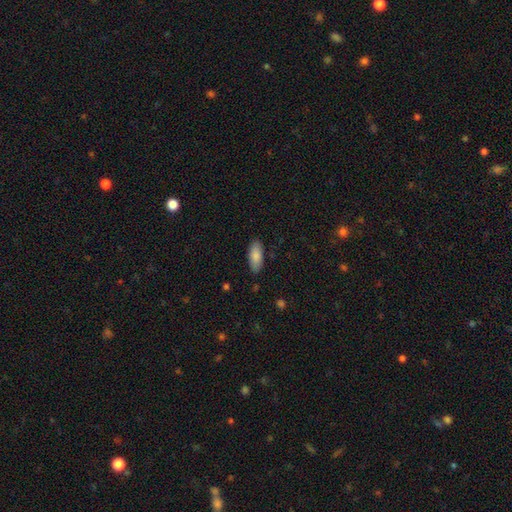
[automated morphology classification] Q: Smooth or featured?
A: smooth (86%); runner-up: featured or disk (8%)
Q: How rounded?
A: in between (83%); runner-up: cigar-shaped (16%)
Q: Merging?
A: none (87%); runner-up: minor disturbance (10%)